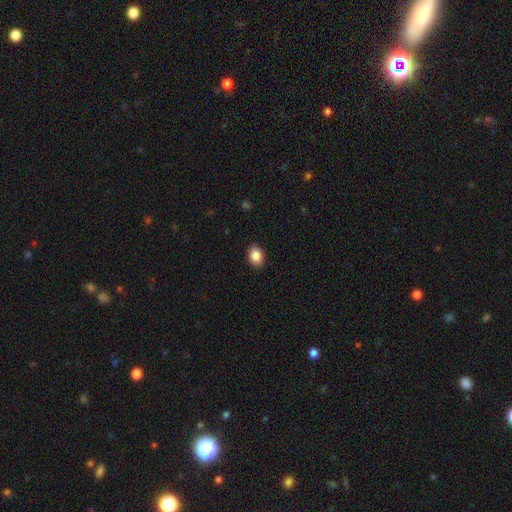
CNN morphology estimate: Overall: smooth (87%). How rounded: in between (66%; round 33%). Merging: none (90%).